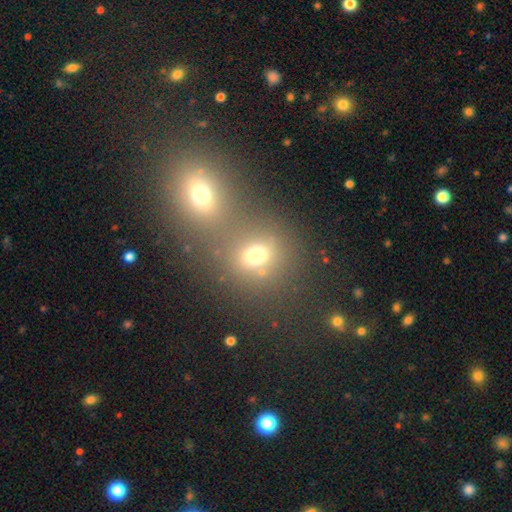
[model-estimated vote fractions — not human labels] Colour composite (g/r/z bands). It shows a smooth galaxy with no disk features (68%) that is round (70%). Merging: merger (45%).